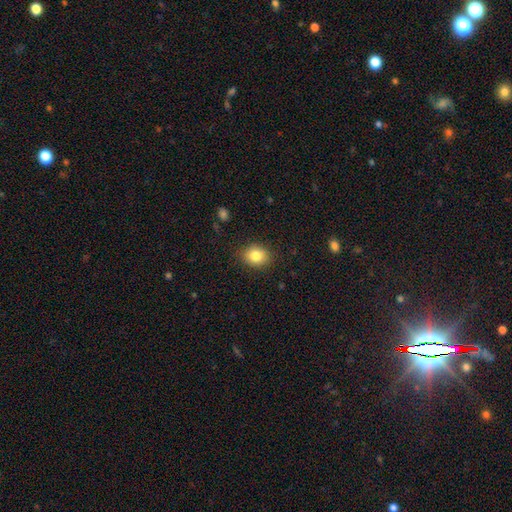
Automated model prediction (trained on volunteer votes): smooth-or-featured: smooth: 83% | star or artifact: 10% | featured or disk: 7%
  how-rounded: round: 55% | in between: 44% | cigar-shaped: 1%
  merging: none: 87% | minor disturbance: 9% | major disturbance: 3% | merger: 1%